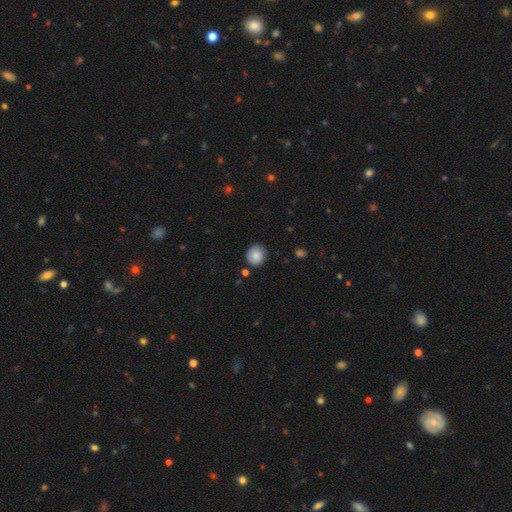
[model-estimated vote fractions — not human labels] Smooth or featured: smooth — 85% (star or artifact — 8%)
How rounded: round — 88% (in between — 11%)
Merging: none — 86% (minor disturbance — 10%)